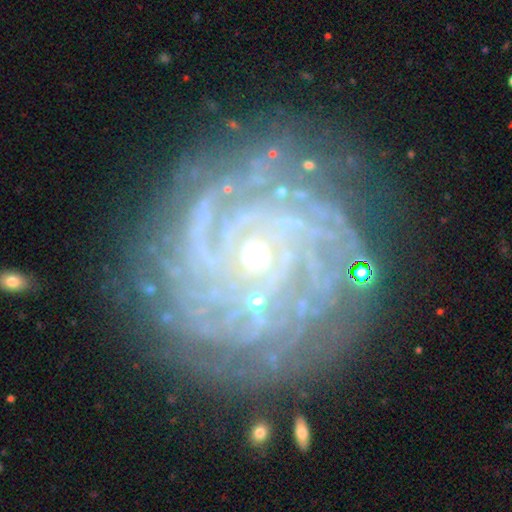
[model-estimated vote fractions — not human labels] smooth-or-featured: featured or disk: 89% | star or artifact: 6% | smooth: 5%
  disk-edge-on: no: 97% | yes: 3%
    bar: no: 75% | weak: 17% | strong: 7%
    has-spiral-arms: yes: 98% | no: 2%
      spiral-winding: tight: 84% | medium: 13% | loose: 2%
      spiral-arm-count: more than 4: 25% | can't tell: 22% | 4: 20% | 3: 15% | 2: 11% | 1: 7%
    bulge-size: small: 66% | moderate: 30% | large: 2% | none: 2% | dominant: 1%
  merging: none: 78% | minor disturbance: 14% | major disturbance: 5% | merger: 2%